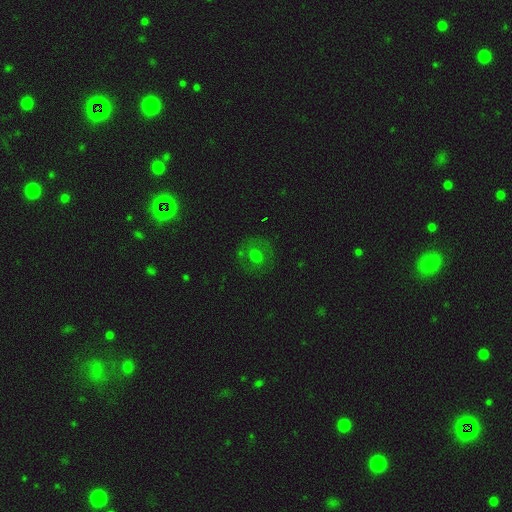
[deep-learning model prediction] Smooth or featured? smooth (51%)
How rounded? round (74%)
Merging? none (77%)